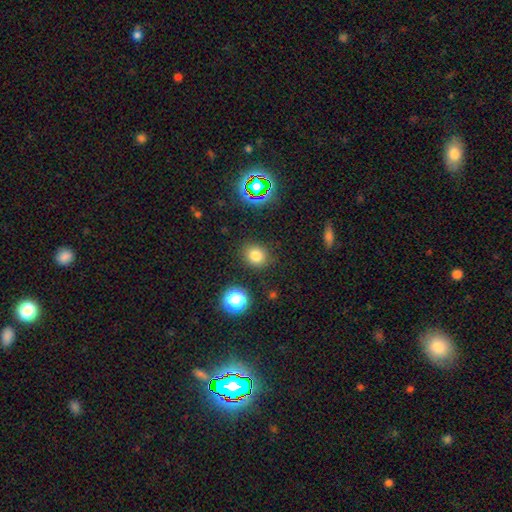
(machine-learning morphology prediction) A smooth galaxy with no disk features (77%) that is round (73%).

Vote fractions:
- Smooth or featured? smooth: 77% / star or artifact: 16% / featured or disk: 6%
- How rounded? round: 73% / in between: 26% / cigar-shaped: 1%
- Merging? none: 85% / minor disturbance: 9% / major disturbance: 3% / merger: 2%